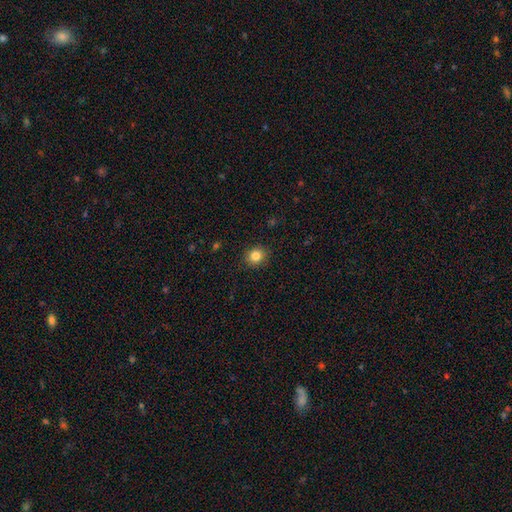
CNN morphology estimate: smooth-or-featured: smooth: 84% | star or artifact: 11% | featured or disk: 6%
  how-rounded: round: 82% | in between: 17% | cigar-shaped: 1%
  merging: none: 90% | minor disturbance: 7% | major disturbance: 2% | merger: 1%